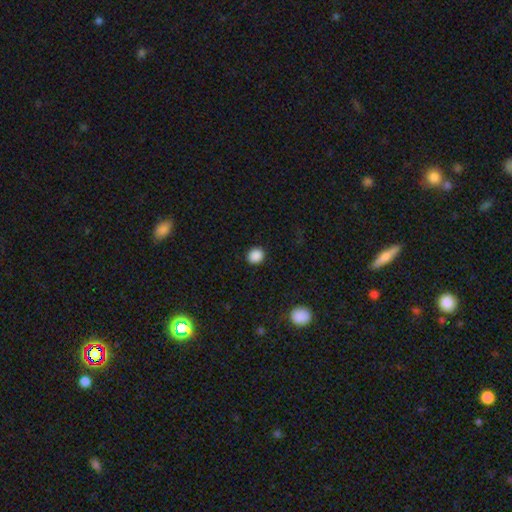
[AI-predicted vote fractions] smooth-or-featured: smooth: 88% | star or artifact: 10% | featured or disk: 2%
  how-rounded: round: 77% | in between: 22% | cigar-shaped: 1%
  merging: none: 91% | minor disturbance: 6% | major disturbance: 2% | merger: 1%